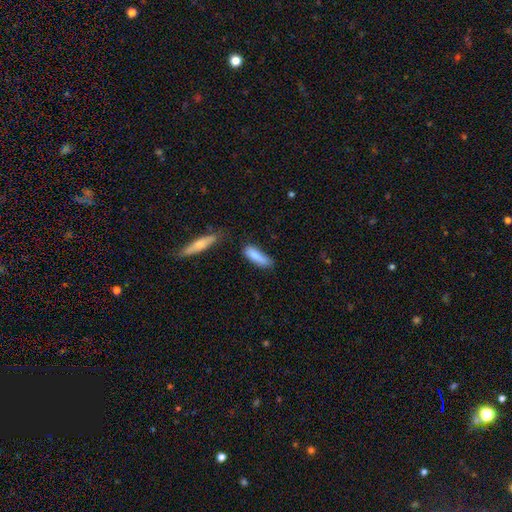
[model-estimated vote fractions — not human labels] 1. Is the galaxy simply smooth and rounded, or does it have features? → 82% smooth, 12% featured or disk, 6% star or artifact.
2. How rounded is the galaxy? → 60% cigar-shaped, 39% in between, 2% round.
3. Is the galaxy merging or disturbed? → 61% none, 26% minor disturbance, 7% merger, 6% major disturbance.